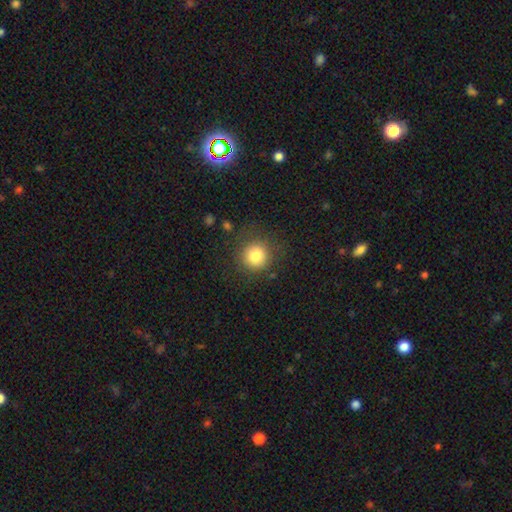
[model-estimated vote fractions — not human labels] Smooth or featured? Predicted: smooth (p=0.81). How rounded? Predicted: round (p=0.93). Merging? Predicted: none (p=0.84).